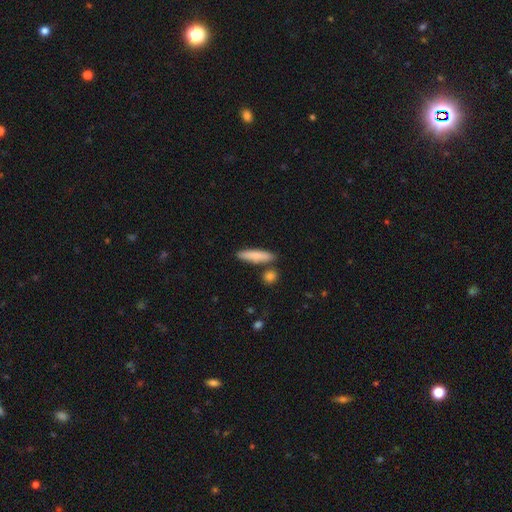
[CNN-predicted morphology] Q: Smooth or featured?
A: smooth (79%); runner-up: featured or disk (15%)
Q: How rounded?
A: cigar-shaped (79%); runner-up: in between (19%)
Q: Merging?
A: none (80%); runner-up: minor disturbance (10%)